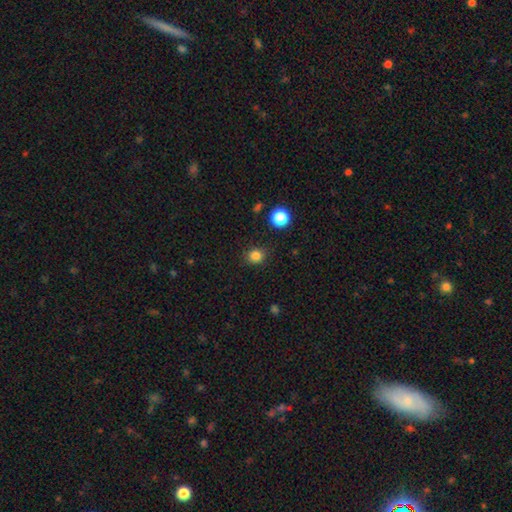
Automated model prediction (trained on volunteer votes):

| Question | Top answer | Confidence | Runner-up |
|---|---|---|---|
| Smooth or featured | smooth | 83% | star or artifact (13%) |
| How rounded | round | 78% | in between (21%) |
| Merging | none | 85% | minor disturbance (10%) |